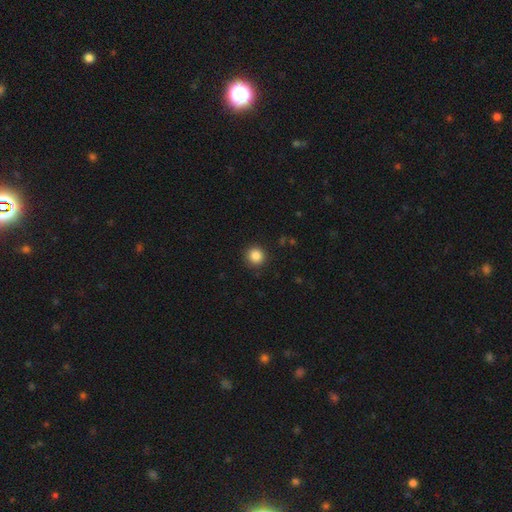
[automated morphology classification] Smooth or featured? Predicted: smooth (p=0.86). How rounded? Predicted: round (p=0.94). Merging? Predicted: none (p=0.91).